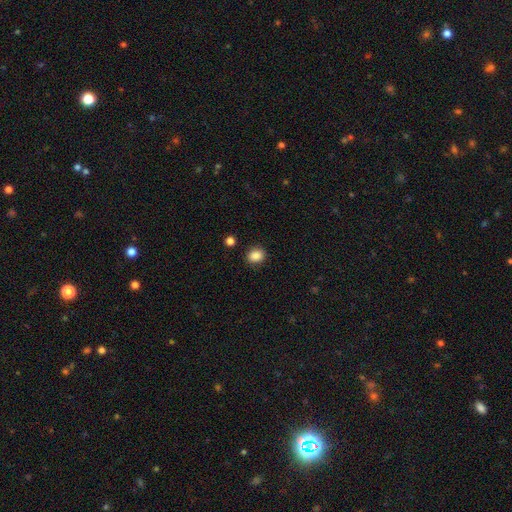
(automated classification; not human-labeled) This appears to be a smooth galaxy with no disk features (87%) that is round (59%). Merging: none (88%).